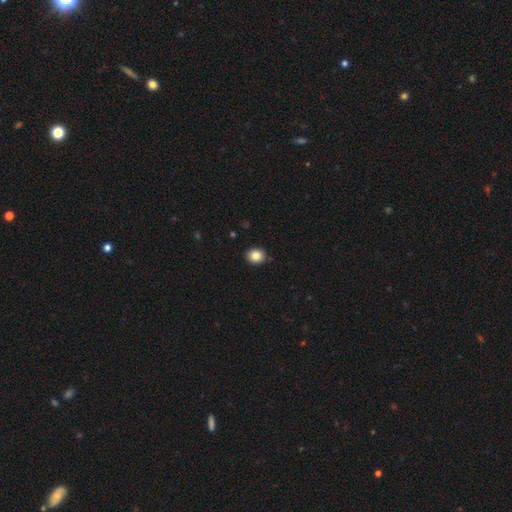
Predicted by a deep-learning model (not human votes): A smooth galaxy with no disk features (85%) that is round (67%). Merging: none (89%).